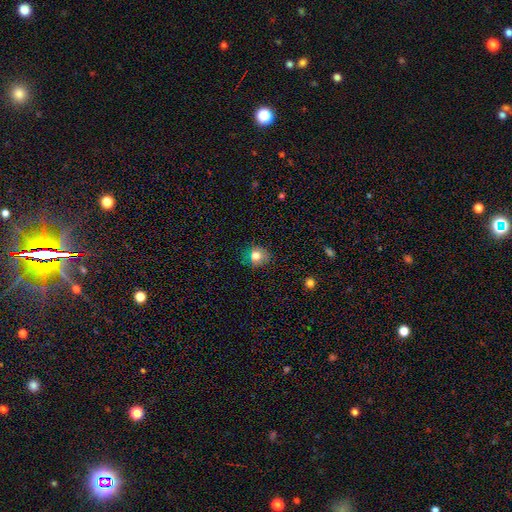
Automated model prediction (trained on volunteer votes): smooth 78%, star or artifact 13%, featured or disk 9%. Down the decision tree: how rounded — round (74%); merging — none (76%).